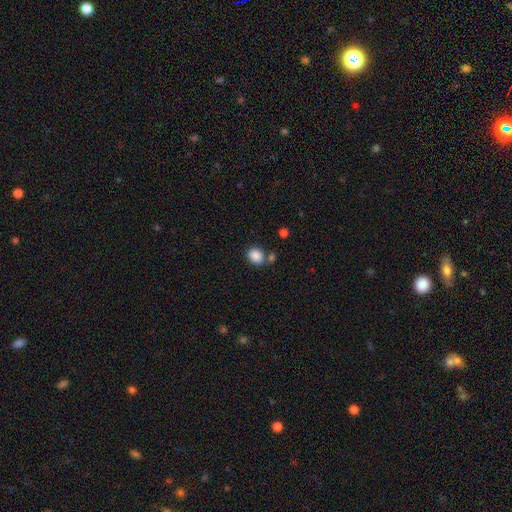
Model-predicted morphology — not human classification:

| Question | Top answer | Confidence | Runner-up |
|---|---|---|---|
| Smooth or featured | smooth | 87% | star or artifact (9%) |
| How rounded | round | 60% | in between (39%) |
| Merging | none | 65% | merger (18%) |